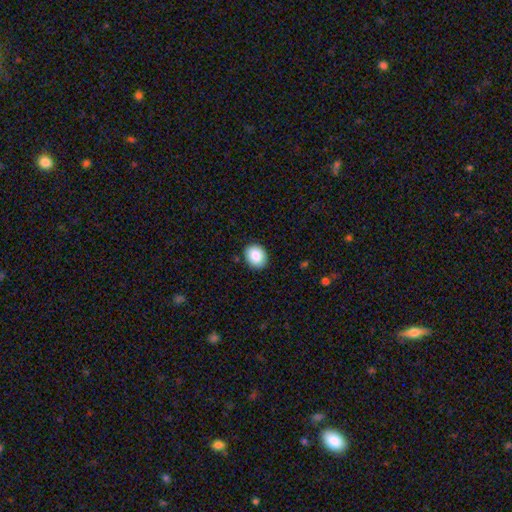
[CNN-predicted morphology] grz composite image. It shows a smooth galaxy with no disk features (87%) that is in between round and cigar-shaped (50%). Merging: none (89%).